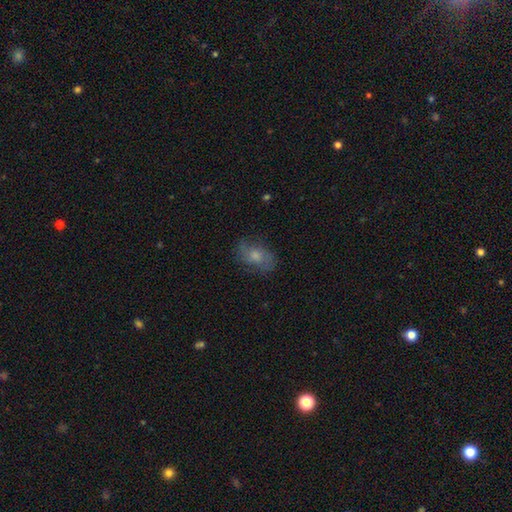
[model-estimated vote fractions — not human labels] Smooth or featured? Predicted: smooth (p=0.53). How rounded? Predicted: in between (p=0.81). Merging? Predicted: none (p=0.69).